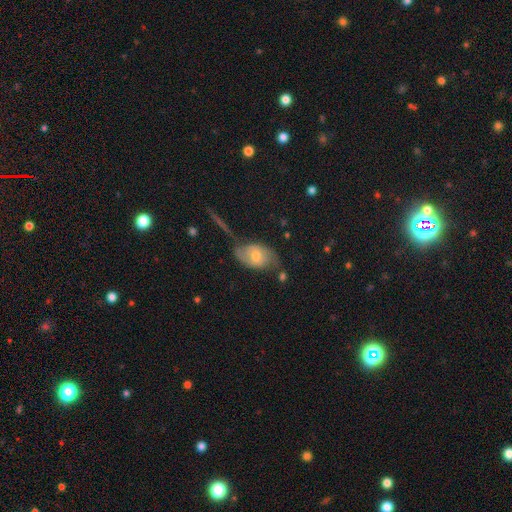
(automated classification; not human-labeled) Smooth or featured?
  - featured or disk: 55% *
  - smooth: 37%
  - star or artifact: 8%
Edge-on disk?
  - no: 94% *
  - yes: 6%
Bar?
  - no: 62% *
  - weak: 31%
  - strong: 7%
Spiral arms?
  - yes: 79% *
  - no: 21%
Bulge size?
  - moderate: 62% *
  - small: 29%
  - large: 5%
  - none: 2%
  - dominant: 1%
Merging?
  - none: 51% *
  - minor disturbance: 24%
  - major disturbance: 14%
  - merger: 11%